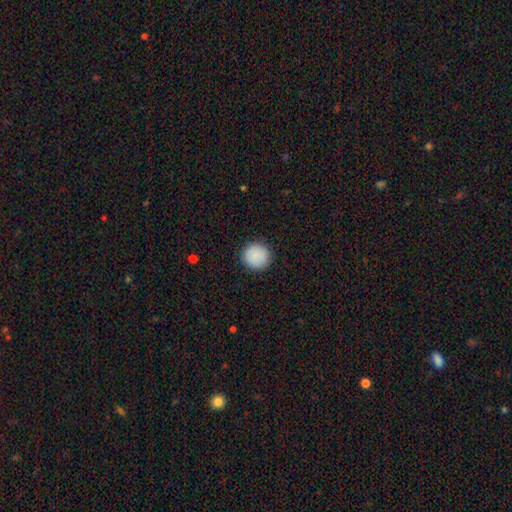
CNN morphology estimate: smooth 89%, star or artifact 7%, featured or disk 4%. Down the decision tree: how rounded — round (91%); merging — none (91%).